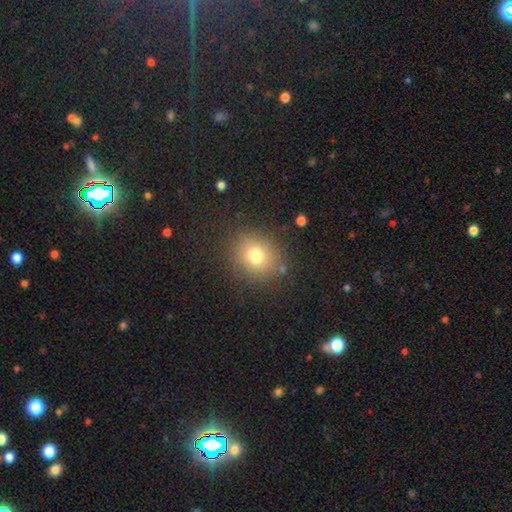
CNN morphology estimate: type=smooth (75%); roundness=round (76%); merging=none (83%).